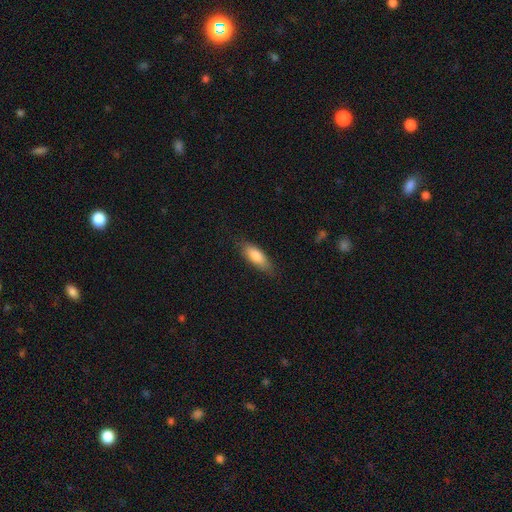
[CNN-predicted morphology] type=smooth (83%); roundness=in between (68%); merging=none (79%).